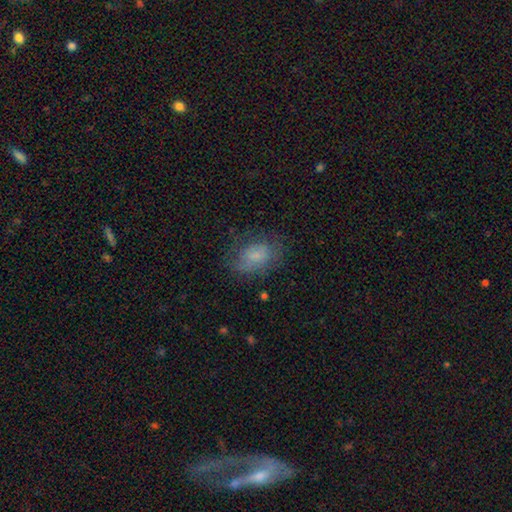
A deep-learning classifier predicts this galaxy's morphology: Smooth or featured? smooth (68%)
How rounded? in between (80%)
Merging? none (64%)